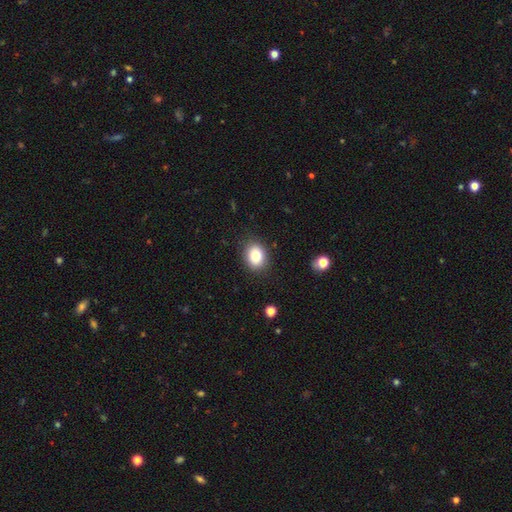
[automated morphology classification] A smooth galaxy with no disk features (83%) that is in between round and cigar-shaped (54%).

Vote fractions:
- Smooth or featured? smooth: 83% / star or artifact: 10% / featured or disk: 8%
- How rounded? in between: 54% / round: 45% / cigar-shaped: 1%
- Merging? none: 87% / minor disturbance: 9% / major disturbance: 3% / merger: 1%